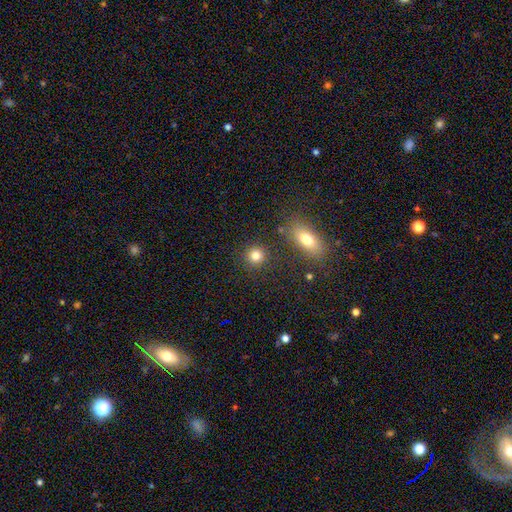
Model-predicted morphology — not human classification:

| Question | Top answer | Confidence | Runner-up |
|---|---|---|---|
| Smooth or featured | smooth | 82% | star or artifact (12%) |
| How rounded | round | 90% | in between (9%) |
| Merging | none | 86% | minor disturbance (7%) |